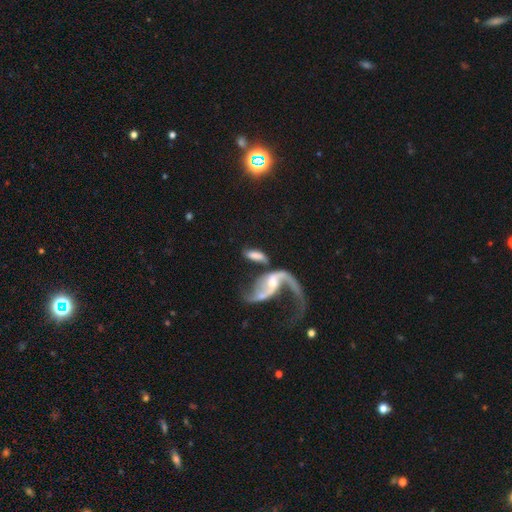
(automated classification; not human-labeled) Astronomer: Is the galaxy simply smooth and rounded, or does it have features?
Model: featured or disk — 56% (runner-up: smooth, 36%).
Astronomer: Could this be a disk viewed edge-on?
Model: no — 91%.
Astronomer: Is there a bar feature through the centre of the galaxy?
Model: no — 41% (runner-up: weak, 38%).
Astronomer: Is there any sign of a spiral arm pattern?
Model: yes — 84%.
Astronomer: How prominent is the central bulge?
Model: small — 46% (runner-up: moderate, 36%).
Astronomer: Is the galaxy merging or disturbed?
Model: none — 34%, tied with merger at 34%.